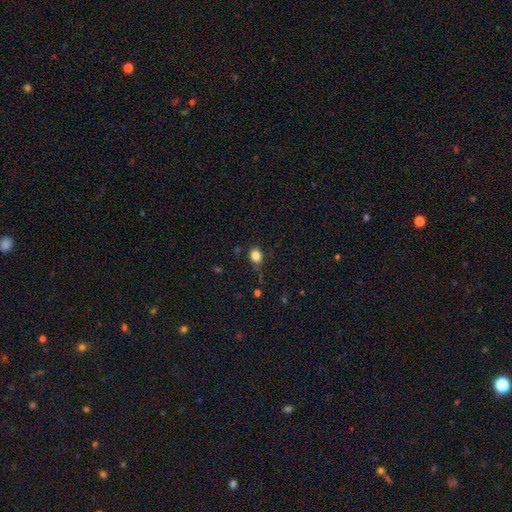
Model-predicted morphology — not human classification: This appears to be a smooth galaxy with no disk features (83%) that is round (51%). Merging: none (78%).